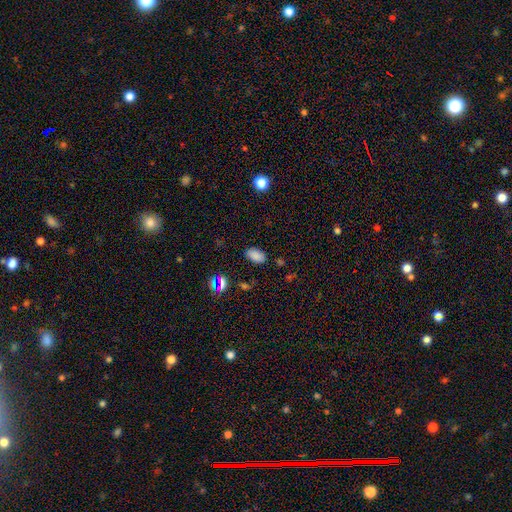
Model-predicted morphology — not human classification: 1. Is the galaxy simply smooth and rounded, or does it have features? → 82% smooth, 13% star or artifact, 4% featured or disk.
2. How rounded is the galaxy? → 93% in between, 5% round, 2% cigar-shaped.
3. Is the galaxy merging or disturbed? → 84% none, 11% minor disturbance, 3% major disturbance, 2% merger.